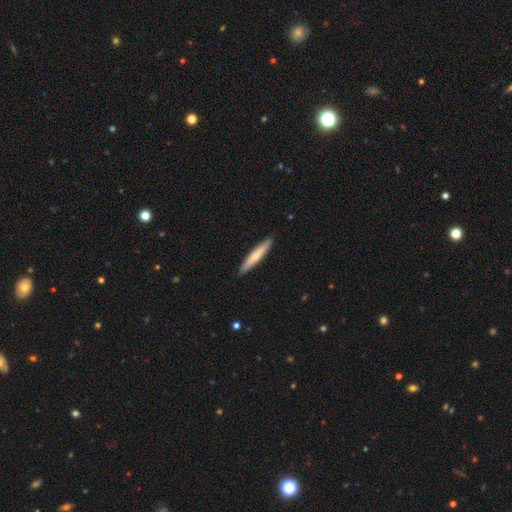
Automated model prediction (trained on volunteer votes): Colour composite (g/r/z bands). It shows a smooth galaxy with no disk features (63%) that is cigar-shaped (91%). Merging: none (90%).